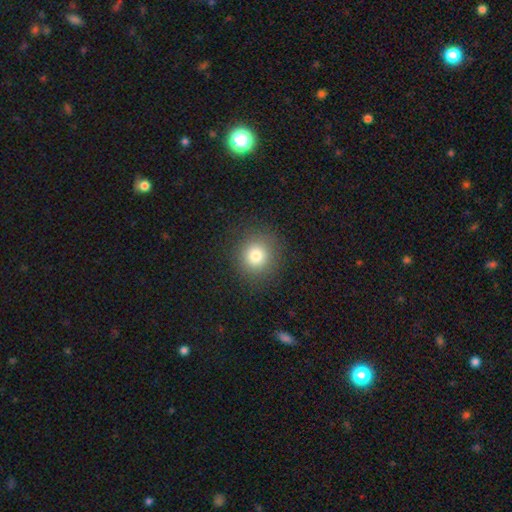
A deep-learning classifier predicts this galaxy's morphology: Q: Smooth or featured?
A: smooth (79%); runner-up: star or artifact (13%)
Q: How rounded?
A: round (90%); runner-up: in between (9%)
Q: Merging?
A: none (89%); runner-up: minor disturbance (7%)